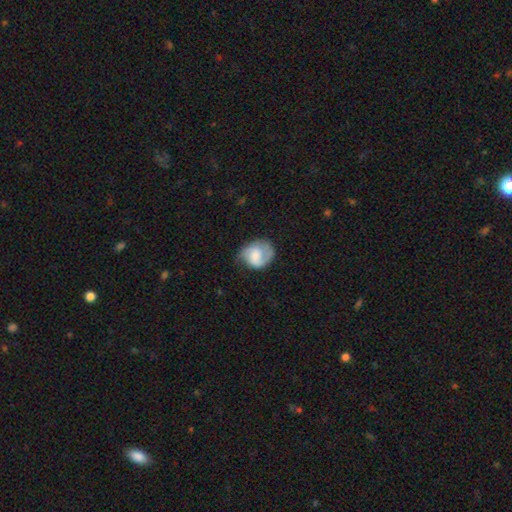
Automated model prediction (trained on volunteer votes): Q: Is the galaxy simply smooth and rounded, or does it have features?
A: featured or disk — 49%.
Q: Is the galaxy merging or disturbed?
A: none — 52%.